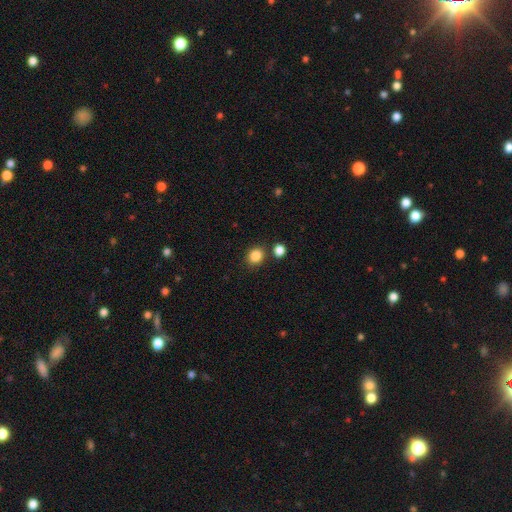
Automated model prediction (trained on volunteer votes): A smooth galaxy with no disk features (86%) that is round (71%).

Vote fractions:
- Smooth or featured? smooth: 86% / star or artifact: 11% / featured or disk: 4%
- How rounded? round: 71% / in between: 28% / cigar-shaped: 1%
- Merging? none: 79% / merger: 9% / minor disturbance: 9% / major disturbance: 3%